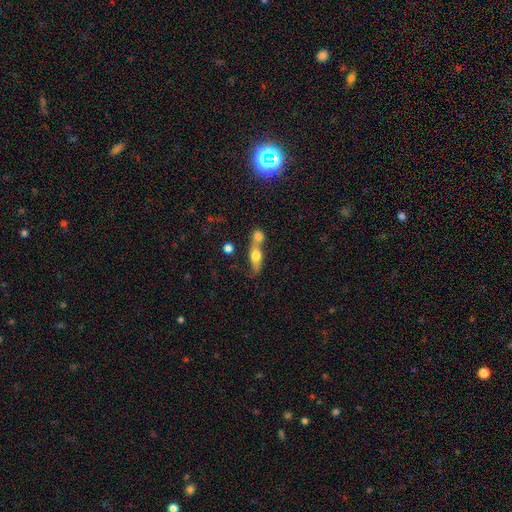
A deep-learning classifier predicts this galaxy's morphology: This is likely a smooth galaxy (60%). How rounded: possibly in between (55%). Merging: possibly merger (57%).